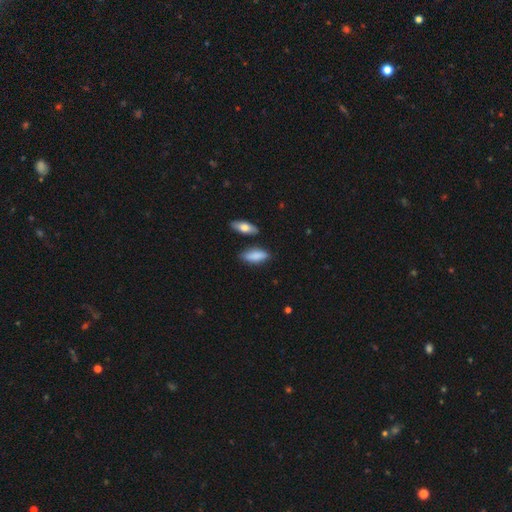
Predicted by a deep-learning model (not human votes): A smooth galaxy with no disk features (85%) that is in between round and cigar-shaped (74%).

Vote fractions:
- Smooth or featured? smooth: 85% / featured or disk: 9% / star or artifact: 6%
- How rounded? in between: 74% / cigar-shaped: 24% / round: 2%
- Merging? none: 74% / minor disturbance: 17% / merger: 6% / major disturbance: 3%